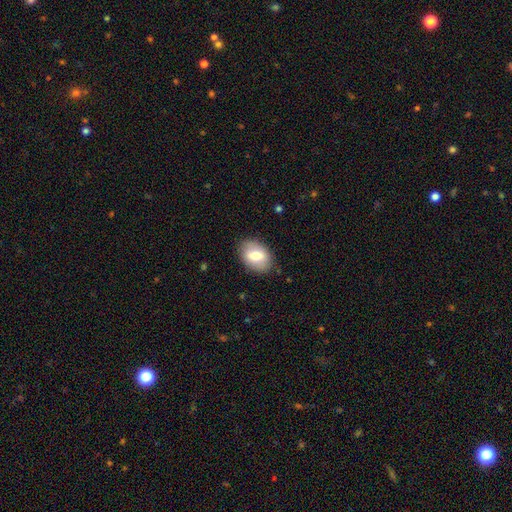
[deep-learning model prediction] smooth_or_featured: smooth (p=0.69) [alt: featured or disk p=0.24]
how_rounded: in between (p=0.82) [alt: round p=0.17]
merging: none (p=0.86) [alt: minor disturbance p=0.11]